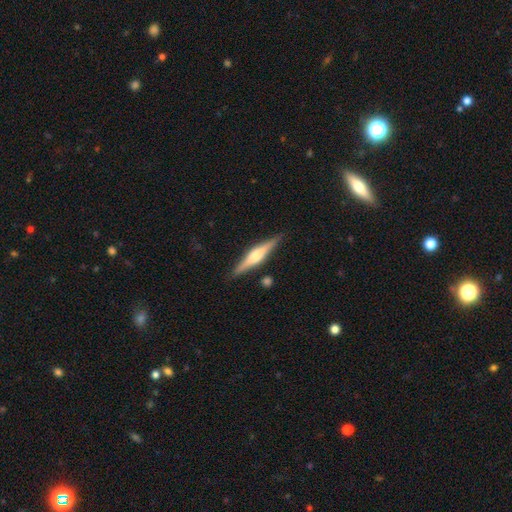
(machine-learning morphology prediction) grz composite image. It shows a featured or disk galaxy (68%) viewed edge-on (97%) with a rounded central bulge (82%). Merging: none (88%).